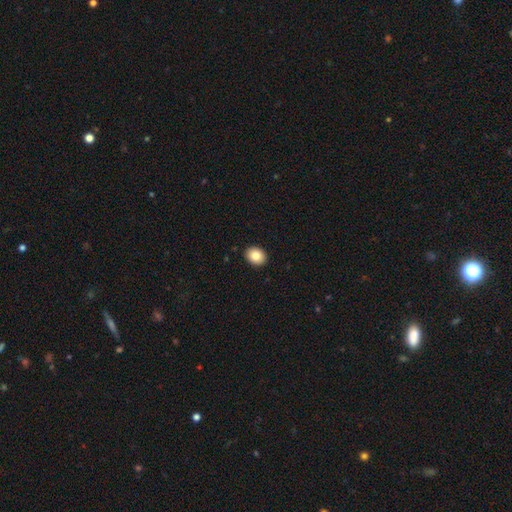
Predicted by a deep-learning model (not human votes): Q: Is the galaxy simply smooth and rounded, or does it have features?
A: smooth — 83%.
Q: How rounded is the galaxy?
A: in between — 52%.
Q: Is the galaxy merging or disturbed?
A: none — 92%.